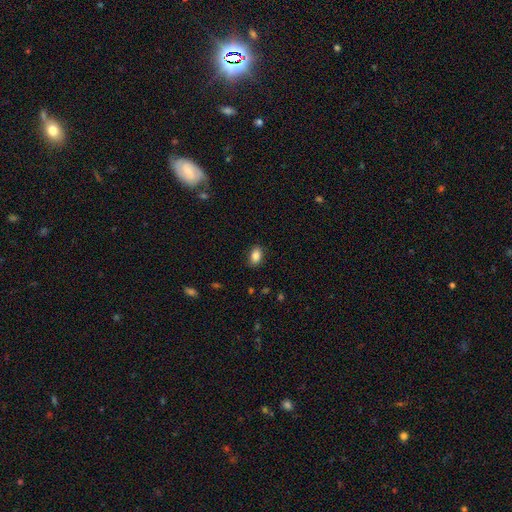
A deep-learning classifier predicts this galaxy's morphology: Smooth or featured? smooth (86%)
How rounded? in between (87%)
Merging? none (86%)